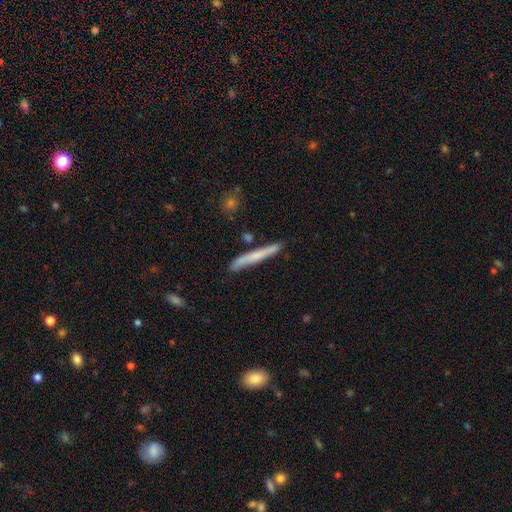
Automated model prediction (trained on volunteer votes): Overall: smooth (57%; featured or disk 37%). How rounded: cigar-shaped (96%). Merging: none (79%).